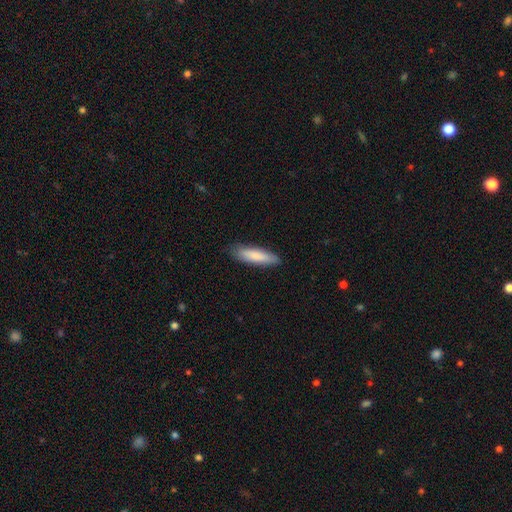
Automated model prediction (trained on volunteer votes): Smooth or featured? Predicted: smooth (p=0.83). How rounded? Predicted: cigar-shaped (p=0.66). Merging? Predicted: none (p=0.84).